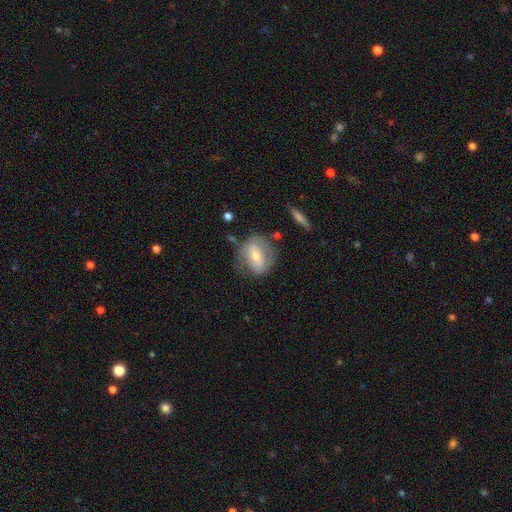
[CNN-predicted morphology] A featured or disk galaxy (53%).

Vote fractions:
- Smooth or featured? featured or disk: 53% / smooth: 40% / star or artifact: 7%
- Edge-on disk? no: 93% / yes: 7%
- Merging? none: 59% / minor disturbance: 23% / major disturbance: 14% / merger: 5%